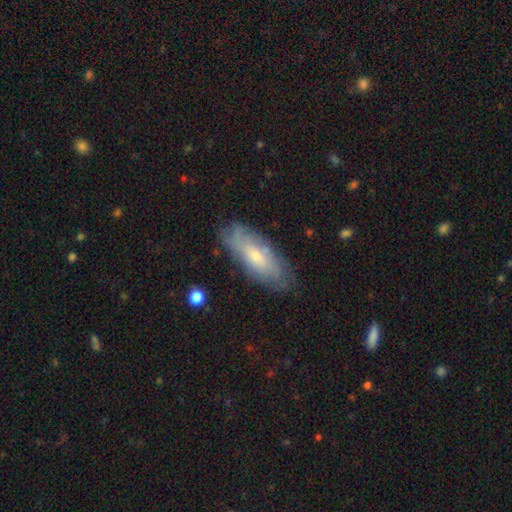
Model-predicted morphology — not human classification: smooth 49%, featured or disk 44%, star or artifact 7%. Down the decision tree: merging — none (77%).